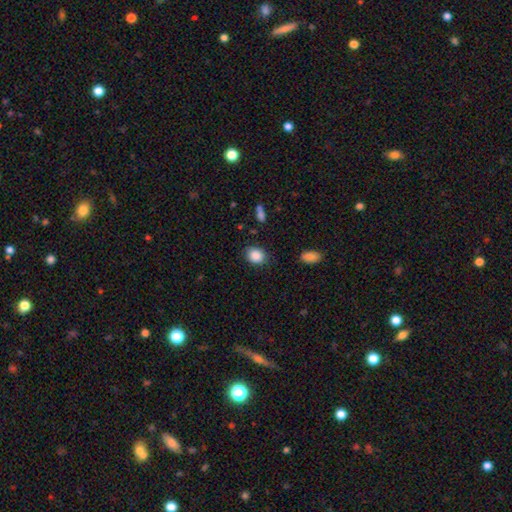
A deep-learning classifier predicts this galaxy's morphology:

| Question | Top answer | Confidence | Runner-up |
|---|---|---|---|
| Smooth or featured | smooth | 88% | star or artifact (8%) |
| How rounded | round | 53% | in between (46%) |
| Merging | none | 84% | minor disturbance (11%) |